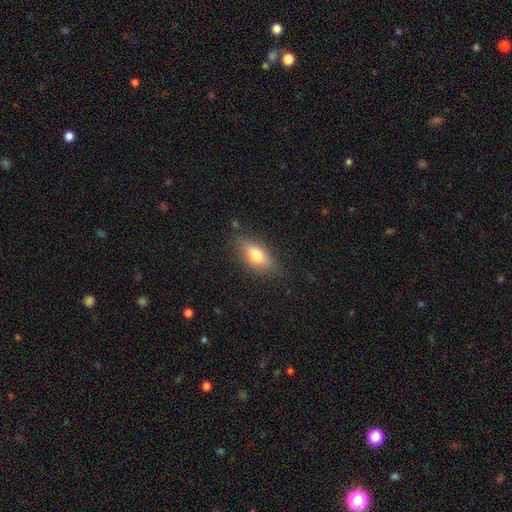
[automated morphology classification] Q: Smooth or featured?
A: smooth (74%); runner-up: featured or disk (18%)
Q: How rounded?
A: in between (83%); runner-up: cigar-shaped (12%)
Q: Merging?
A: none (80%); runner-up: minor disturbance (15%)